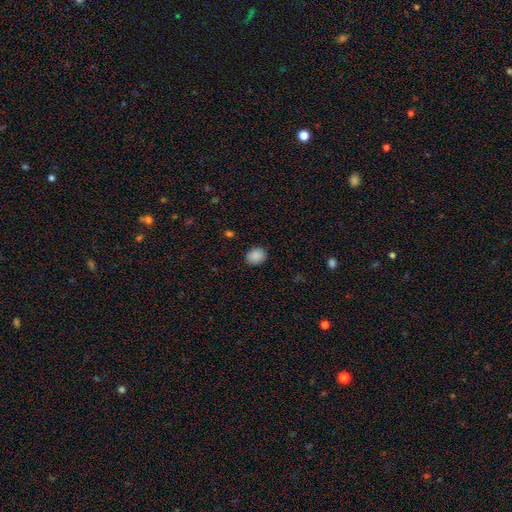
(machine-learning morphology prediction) smooth_or_featured: smooth (p=0.88) [alt: star or artifact p=0.09]
how_rounded: round (p=0.55) [alt: in between p=0.44]
merging: none (p=0.88) [alt: minor disturbance p=0.09]